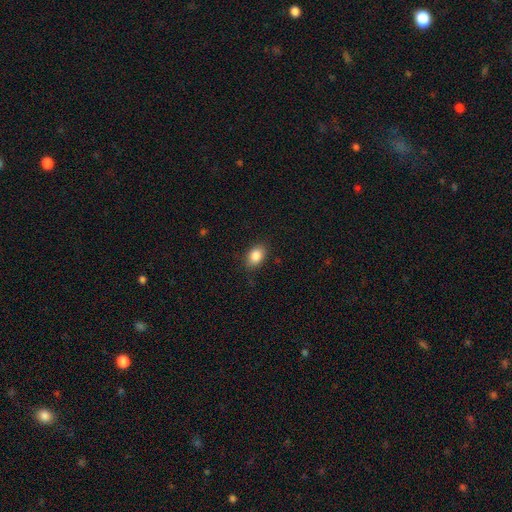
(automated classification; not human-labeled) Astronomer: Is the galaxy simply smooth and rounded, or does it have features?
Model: smooth — 86%.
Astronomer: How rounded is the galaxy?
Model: in between — 77%.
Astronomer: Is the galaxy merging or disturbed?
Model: none — 84%.